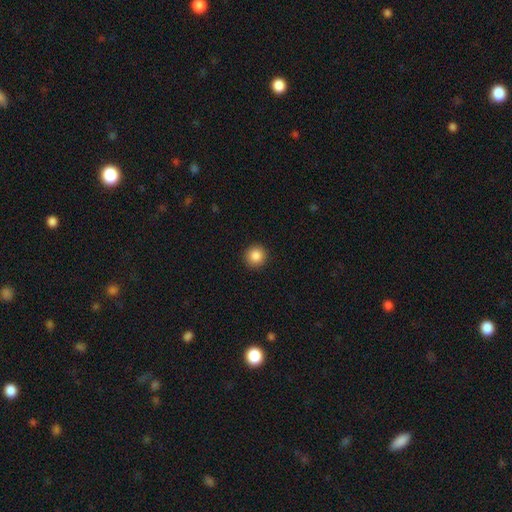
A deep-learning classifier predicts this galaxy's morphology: This appears to be a smooth galaxy with no disk features (87%) that is round (95%). Merging: none (93%).